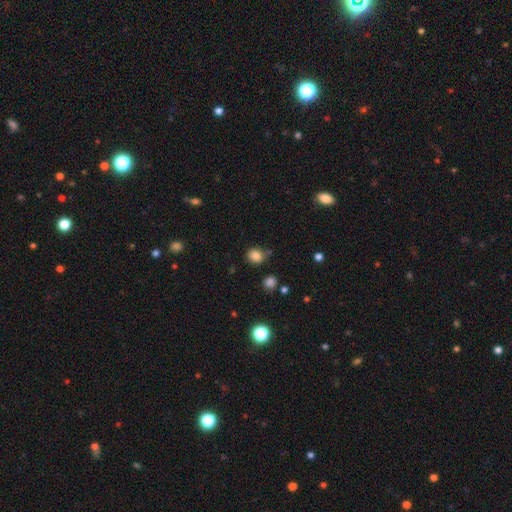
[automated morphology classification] Overall: smooth (83%). How rounded: round (77%). Merging: none (77%).